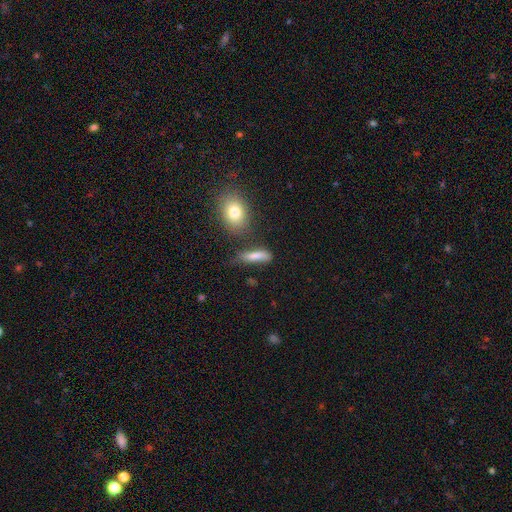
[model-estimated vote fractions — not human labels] The model was most divided on "how rounded": cigar-shaped: 60%, in between: 35%, round: 5%. More confident: smooth or featured — smooth (78%); merging — none (57%).